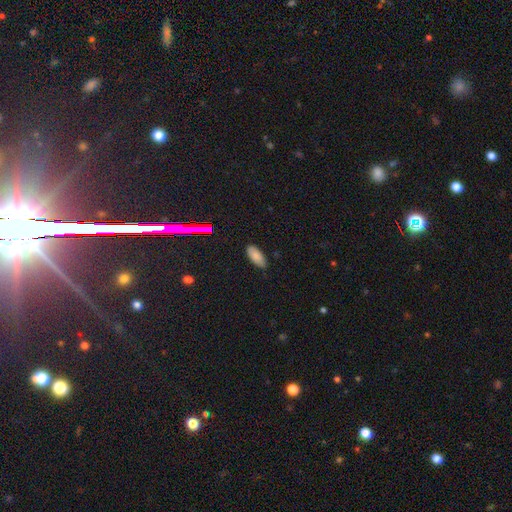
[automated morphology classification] type=smooth (83%); roundness=in between (87%); merging=none (81%).